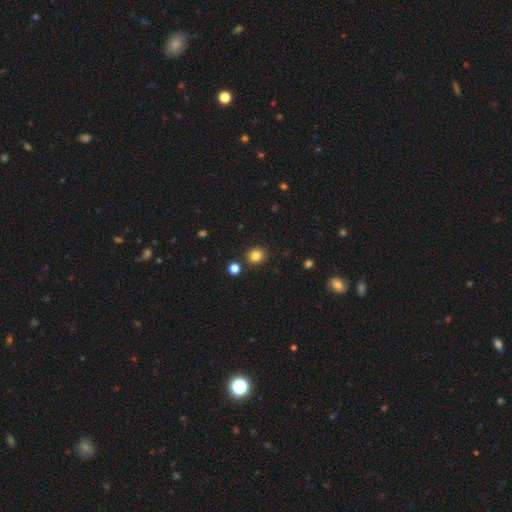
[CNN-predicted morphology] Smooth or featured: smooth — 83% (star or artifact — 12%)
How rounded: round — 83% (in between — 16%)
Merging: none — 88% (minor disturbance — 6%)